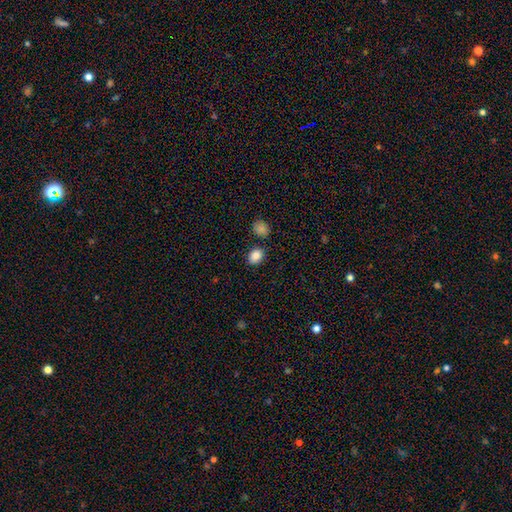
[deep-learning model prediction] A smooth galaxy with no disk features (87%) that is in between round and cigar-shaped (64%). Merging: none (82%).